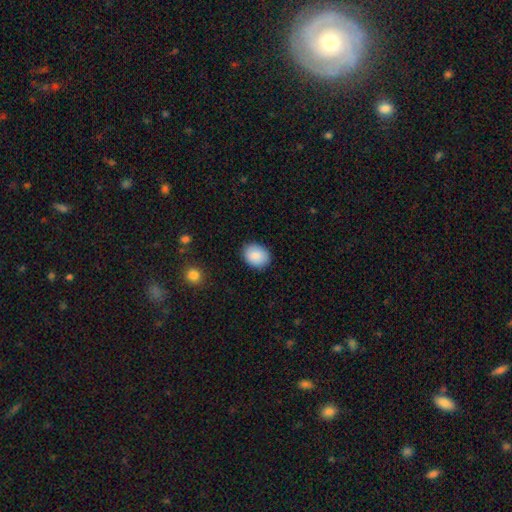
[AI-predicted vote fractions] Smooth or featured? smooth (88%)
How rounded? in between (60%)
Merging? none (87%)